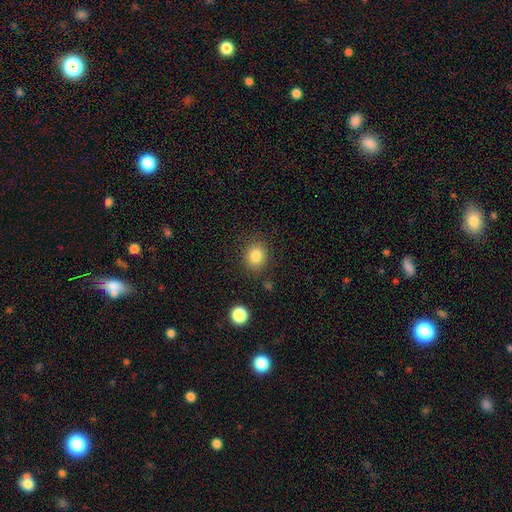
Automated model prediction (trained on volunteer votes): This is clearly a smooth galaxy (84%). How rounded: likely round (67%). Merging: clearly none (85%).